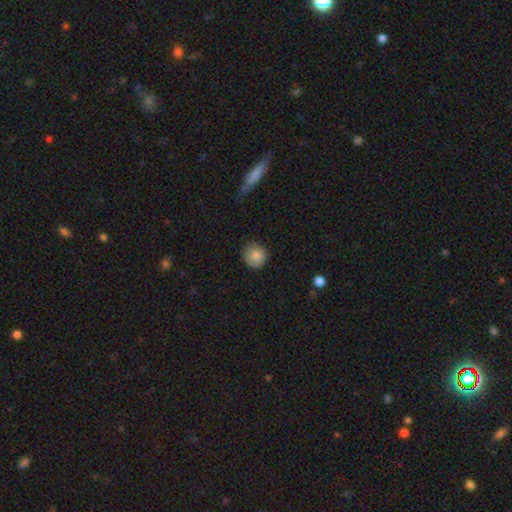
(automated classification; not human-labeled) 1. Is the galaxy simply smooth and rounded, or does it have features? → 85% smooth, 8% star or artifact, 7% featured or disk.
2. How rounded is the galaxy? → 87% round, 12% in between, 1% cigar-shaped.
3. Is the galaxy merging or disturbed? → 77% none, 18% minor disturbance, 3% major disturbance, 1% merger.